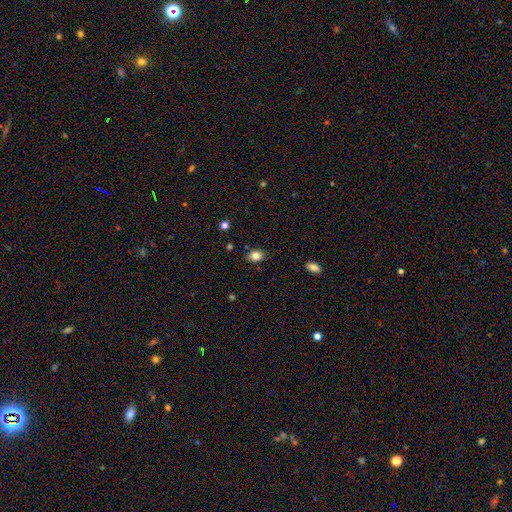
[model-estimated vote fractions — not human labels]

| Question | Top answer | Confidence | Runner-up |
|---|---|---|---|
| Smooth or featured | smooth | 83% | star or artifact (9%) |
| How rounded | in between | 78% | round (21%) |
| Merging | none | 84% | minor disturbance (12%) |